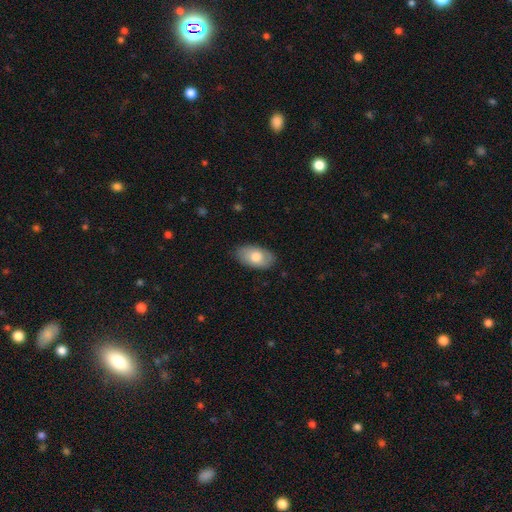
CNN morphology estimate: Smooth or featured: smooth — 75% (featured or disk — 19%)
How rounded: in between — 94% (round — 4%)
Merging: none — 85% (minor disturbance — 12%)